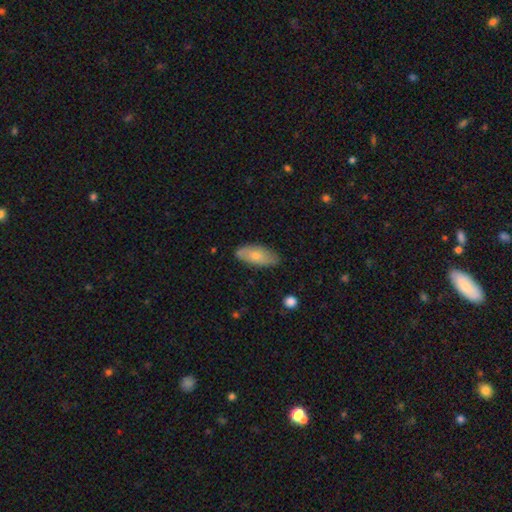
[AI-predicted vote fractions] smooth 72%, featured or disk 22%, star or artifact 6%. Down the decision tree: how rounded — in between (87%); merging — none (78%).